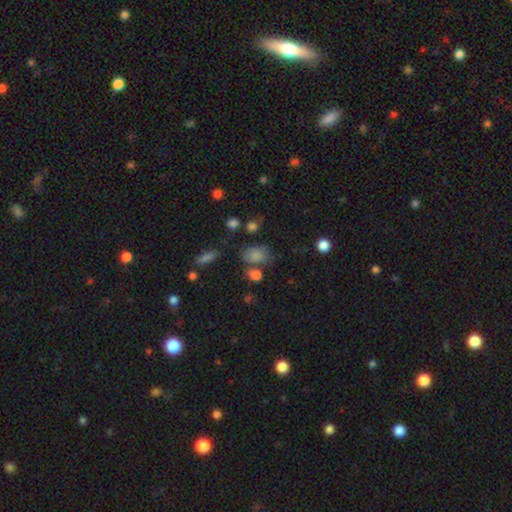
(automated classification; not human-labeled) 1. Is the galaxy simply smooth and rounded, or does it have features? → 79% smooth, 14% star or artifact, 8% featured or disk.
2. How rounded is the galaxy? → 73% in between, 25% round, 2% cigar-shaped.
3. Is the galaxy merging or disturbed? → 57% none, 19% minor disturbance, 16% merger, 8% major disturbance.